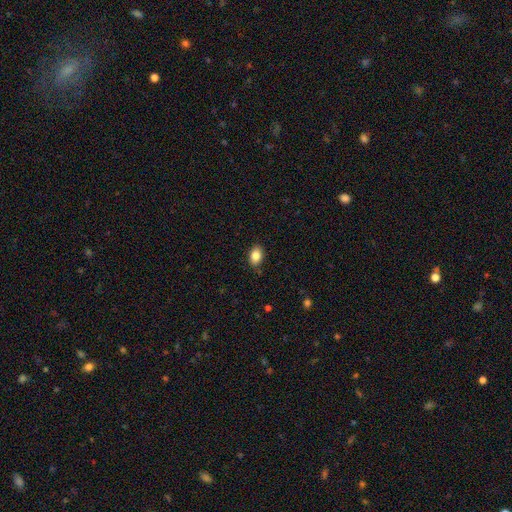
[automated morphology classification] Q: Smooth or featured?
A: smooth (85%); runner-up: star or artifact (8%)
Q: How rounded?
A: in between (83%); runner-up: round (16%)
Q: Merging?
A: none (86%); runner-up: minor disturbance (10%)